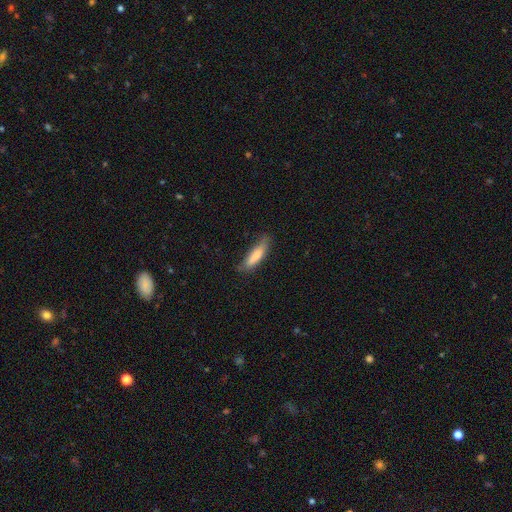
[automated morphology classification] type=smooth (75%); roundness=cigar-shaped (67%); merging=none (72%).